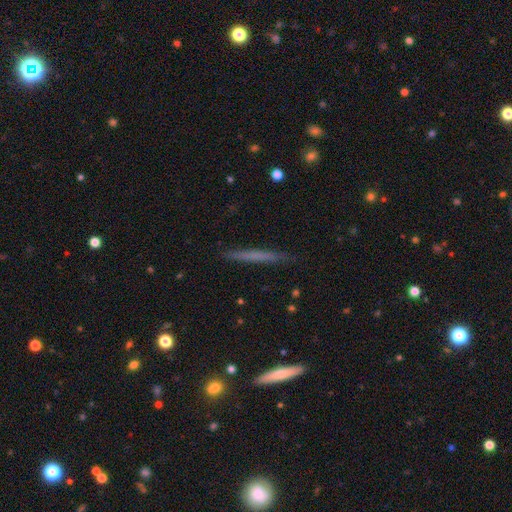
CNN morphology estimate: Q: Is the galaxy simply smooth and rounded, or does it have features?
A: smooth — 55%.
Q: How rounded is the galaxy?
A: cigar-shaped — 96%.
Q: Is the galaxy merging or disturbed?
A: none — 88%.